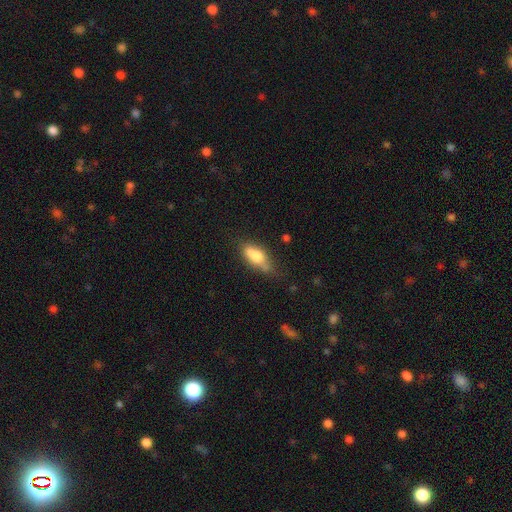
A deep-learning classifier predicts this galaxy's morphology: smooth 68%, featured or disk 24%, star or artifact 8%. Down the decision tree: how rounded — in between (74%); merging — none (52%).